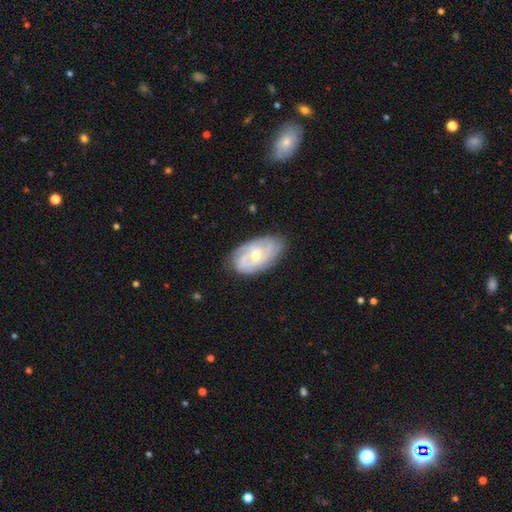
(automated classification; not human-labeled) This is likely a featured or disk galaxy (79%). It is clearly not viewed edge-on (95%). Bar: likely no (63%). Spiral arm pattern: clearly yes (92%). Spiral arm count: marginally can't tell (31%). Spiral winding: likely tight (62%). Central bulge: likely moderate (62%). Merging: likely none (76%).